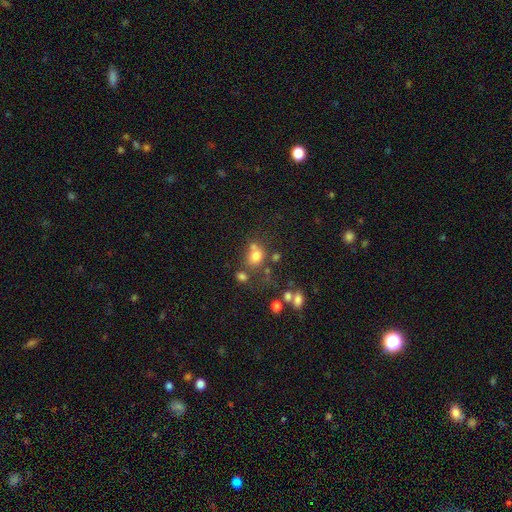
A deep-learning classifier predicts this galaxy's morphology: This is likely a smooth galaxy (72%). How rounded: likely round (65%). Merging: possibly none (49%).